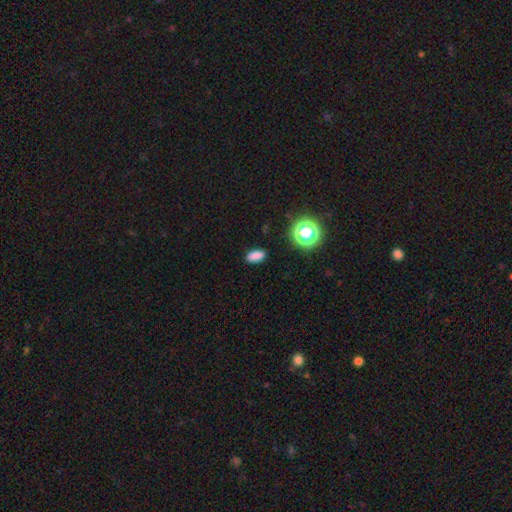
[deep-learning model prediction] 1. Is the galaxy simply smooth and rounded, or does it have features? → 81% smooth, 15% star or artifact, 4% featured or disk.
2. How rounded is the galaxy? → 84% in between, 9% round, 7% cigar-shaped.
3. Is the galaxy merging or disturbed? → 88% none, 9% minor disturbance, 2% major disturbance, 1% merger.